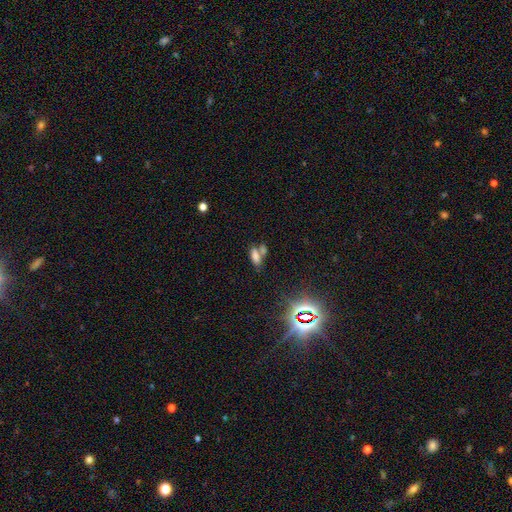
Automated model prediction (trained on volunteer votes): A smooth galaxy with no disk features (71%) that is in between round and cigar-shaped (79%).

Vote fractions:
- Smooth or featured? smooth: 71% / star or artifact: 18% / featured or disk: 12%
- How rounded? in between: 79% / cigar-shaped: 17% / round: 5%
- Merging? merger: 45% / none: 39% / minor disturbance: 11% / major disturbance: 6%